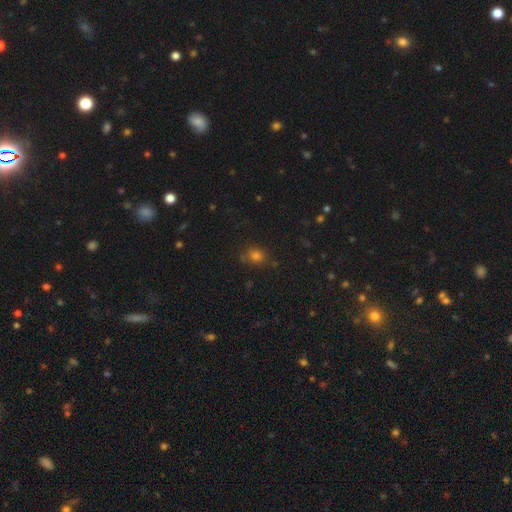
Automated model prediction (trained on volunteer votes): This is likely a smooth galaxy (72%). How rounded: likely round (65%). Merging: likely none (76%).